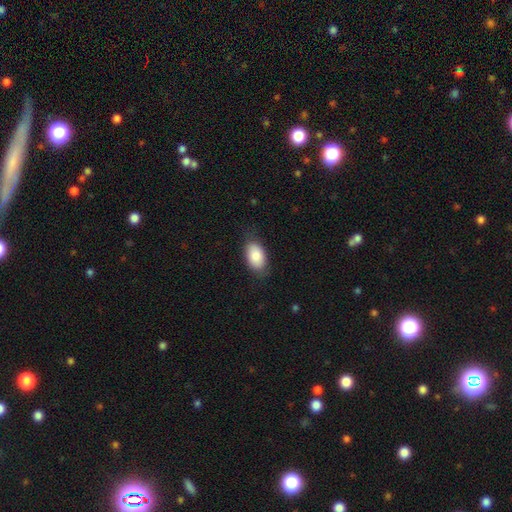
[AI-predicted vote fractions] Smooth or featured?
  - smooth: 86% *
  - featured or disk: 8%
  - star or artifact: 6%
How rounded?
  - in between: 92% *
  - round: 6%
  - cigar-shaped: 2%
Merging?
  - none: 77% *
  - minor disturbance: 18%
  - major disturbance: 4%
  - merger: 1%